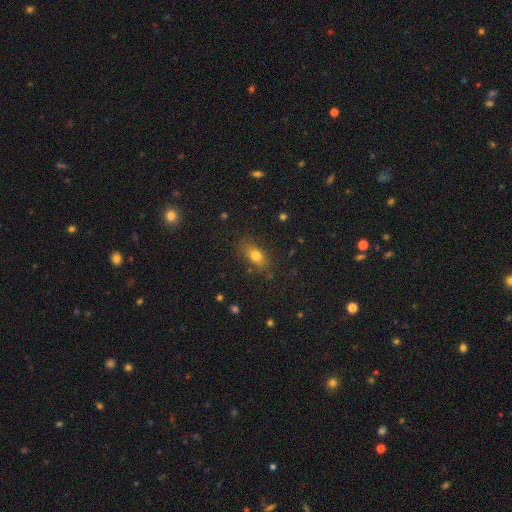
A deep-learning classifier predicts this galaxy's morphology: smooth_or_featured: smooth (p=0.75) [alt: featured or disk p=0.13]
how_rounded: in between (p=0.79) [alt: round p=0.13]
merging: none (p=0.79) [alt: minor disturbance p=0.14]